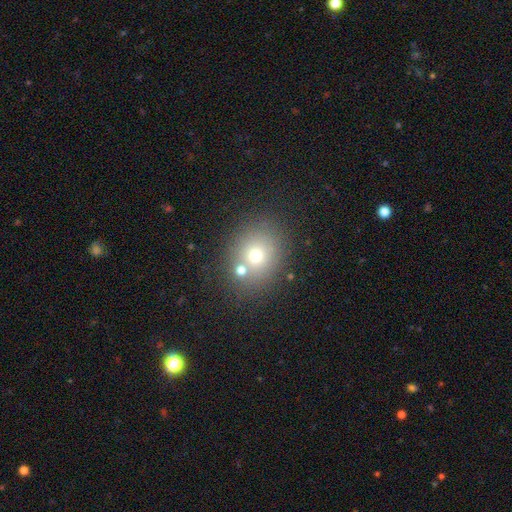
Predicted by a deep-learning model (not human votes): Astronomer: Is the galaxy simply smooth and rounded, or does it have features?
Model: smooth — 67%.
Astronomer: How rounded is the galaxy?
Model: round — 66%.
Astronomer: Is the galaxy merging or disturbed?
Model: none — 67%.